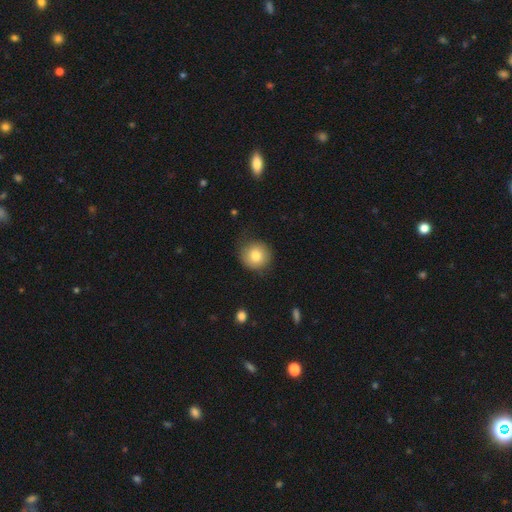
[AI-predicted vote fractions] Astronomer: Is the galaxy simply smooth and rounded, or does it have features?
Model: smooth — 80%.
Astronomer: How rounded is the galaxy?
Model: round — 90%.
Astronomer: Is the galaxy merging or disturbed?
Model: none — 77%.